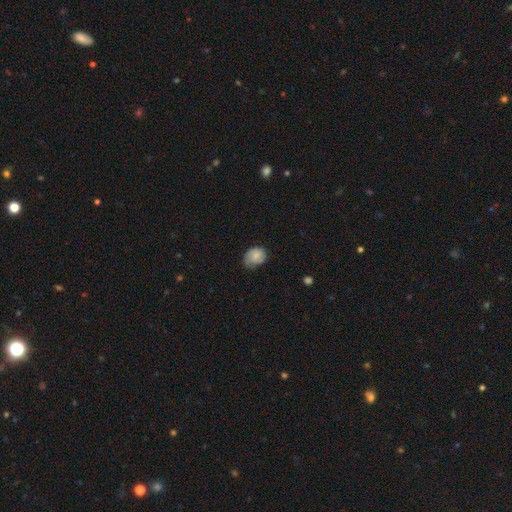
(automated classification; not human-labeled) Smooth or featured? Predicted: smooth (p=0.67). How rounded? Predicted: in between (p=0.56). Merging? Predicted: none (p=0.55).